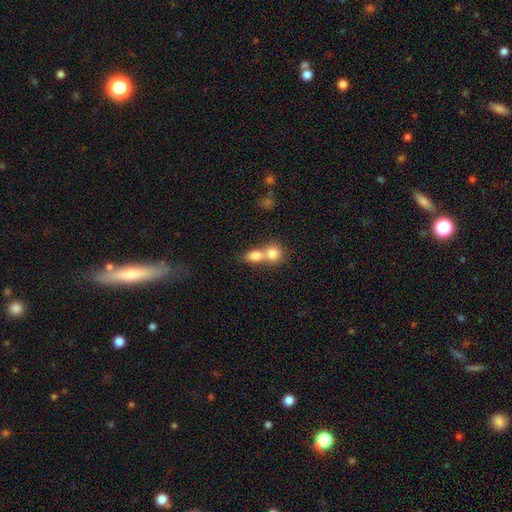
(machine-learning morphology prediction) type=smooth (79%); roundness=in between (57%); merging=merger (67%).